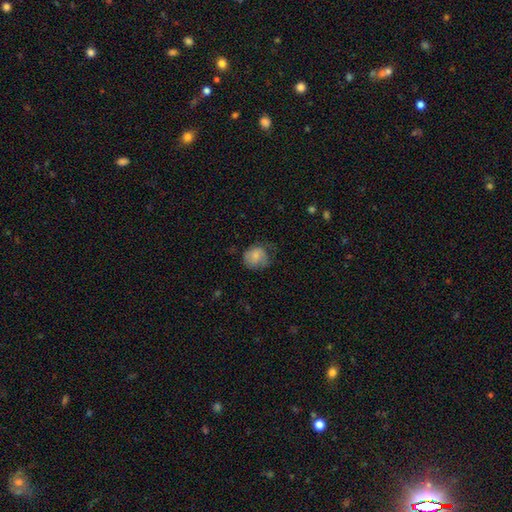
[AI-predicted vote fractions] This is likely a smooth galaxy (74%). How rounded: likely round (73%). Merging: possibly none (49%).